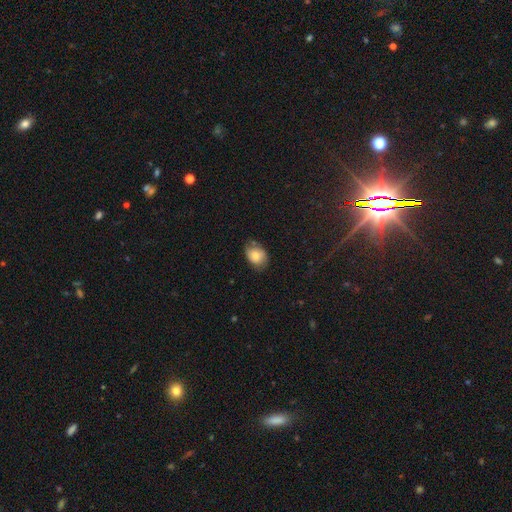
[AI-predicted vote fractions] Overall: smooth (73%). How rounded: in between (72%). Merging: none (62%; minor disturbance 29%).